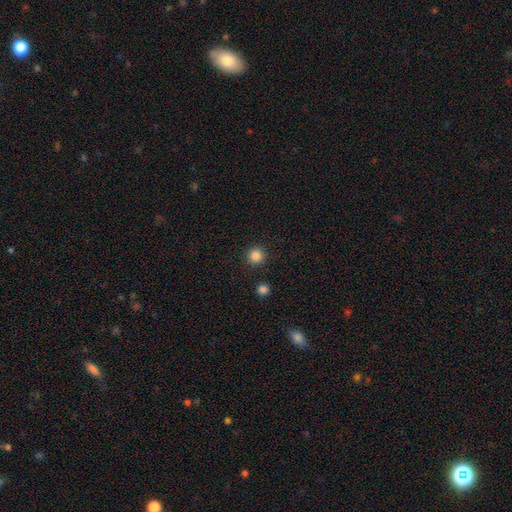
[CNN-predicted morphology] This appears to be a smooth galaxy with no disk features (85%) that is round (95%). Merging: none (91%).